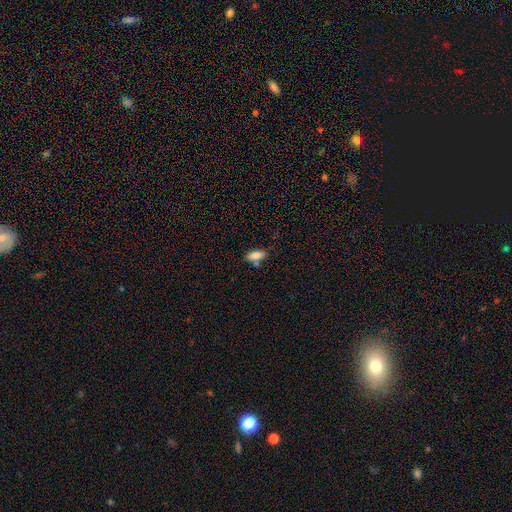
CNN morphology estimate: A smooth galaxy with no disk features (83%) that is in between round and cigar-shaped (82%).

Vote fractions:
- Smooth or featured? smooth: 83% / star or artifact: 8% / featured or disk: 8%
- How rounded? in between: 82% / cigar-shaped: 15% / round: 3%
- Merging? none: 66% / minor disturbance: 17% / merger: 14% / major disturbance: 4%